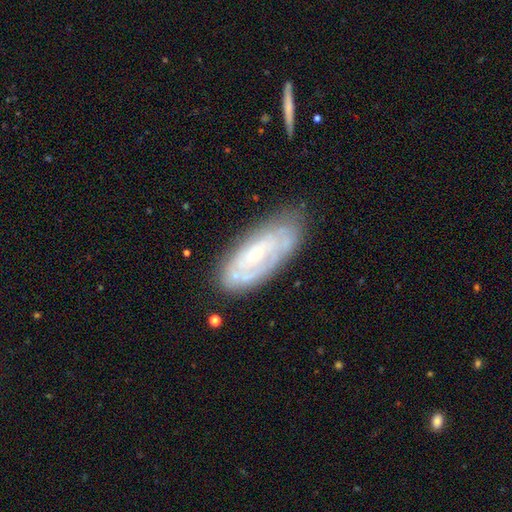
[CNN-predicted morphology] A featured or disk galaxy (68%) with no bar (71%), spiral arms (70%) and a small central bulge (75%).

Vote fractions:
- Smooth or featured? featured or disk: 68% / smooth: 25% / star or artifact: 7%
- Edge-on disk? no: 89% / yes: 11%
- Bar? no: 71% / weak: 23% / strong: 6%
- Spiral arms? yes: 70% / no: 30%
- Bulge size? small: 75% / moderate: 19% / none: 4% / large: 1% / dominant: 1%
- Merging? none: 68% / minor disturbance: 22% / major disturbance: 7% / merger: 3%